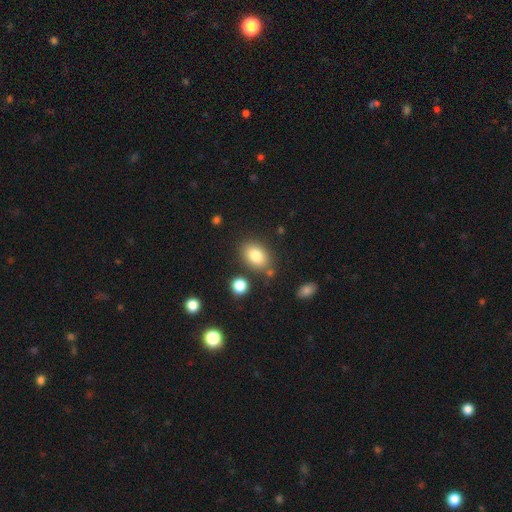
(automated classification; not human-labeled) A smooth galaxy with no disk features (82%) that is in between round and cigar-shaped (79%).

Vote fractions:
- Smooth or featured? smooth: 82% / featured or disk: 9% / star or artifact: 9%
- How rounded? in between: 79% / round: 20% / cigar-shaped: 1%
- Merging? none: 76% / minor disturbance: 13% / merger: 8% / major disturbance: 4%